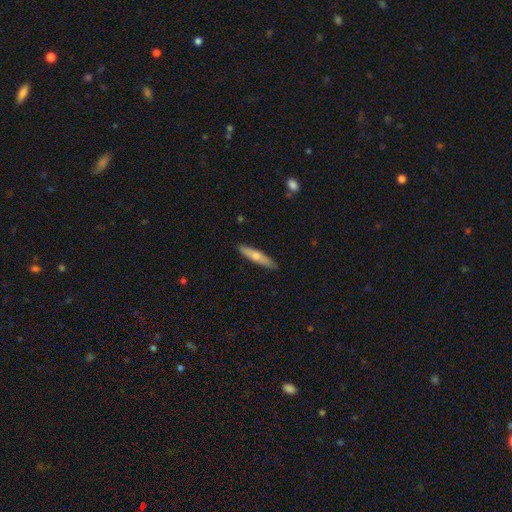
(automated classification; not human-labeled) Smooth or featured? smooth (48%)
Merging? none (90%)